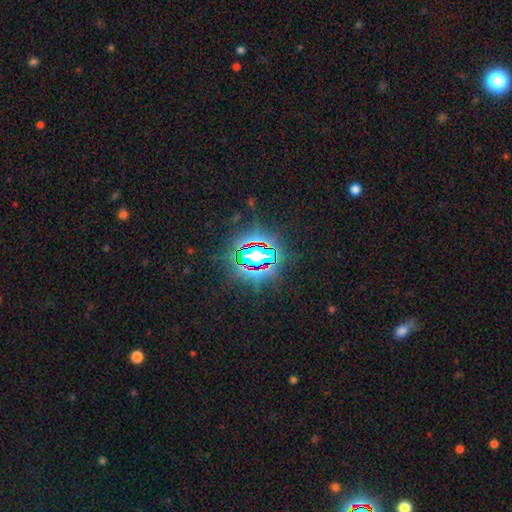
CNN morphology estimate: smooth-or-featured: star or artifact: 77% | smooth: 13% | featured or disk: 10%